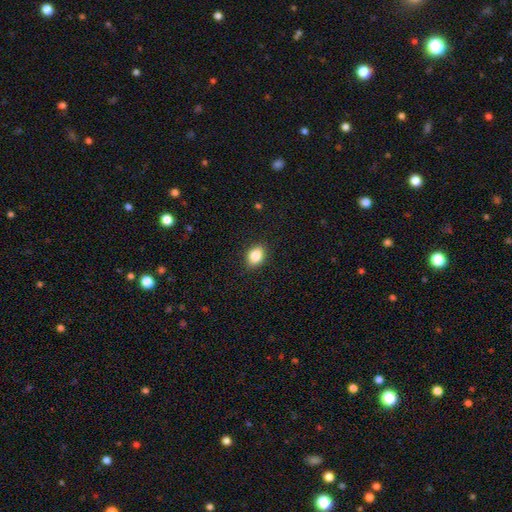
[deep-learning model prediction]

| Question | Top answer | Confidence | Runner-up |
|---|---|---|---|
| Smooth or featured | smooth | 84% | star or artifact (9%) |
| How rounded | in between | 69% | round (30%) |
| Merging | none | 88% | minor disturbance (9%) |